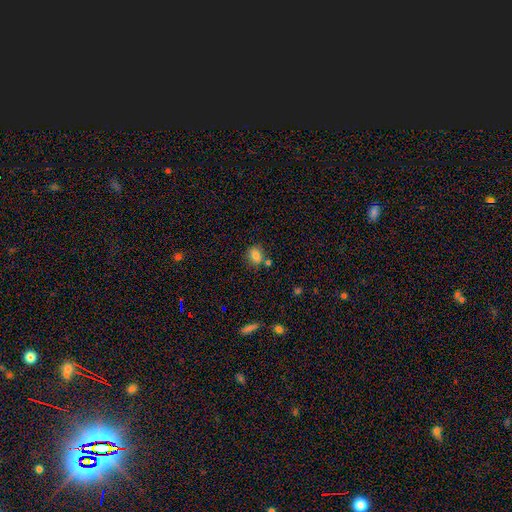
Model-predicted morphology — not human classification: Smooth or featured?
  - smooth: 81% *
  - star or artifact: 11%
  - featured or disk: 8%
How rounded?
  - round: 63% *
  - in between: 36%
  - cigar-shaped: 1%
Merging?
  - none: 72% *
  - minor disturbance: 13%
  - merger: 11%
  - major disturbance: 3%